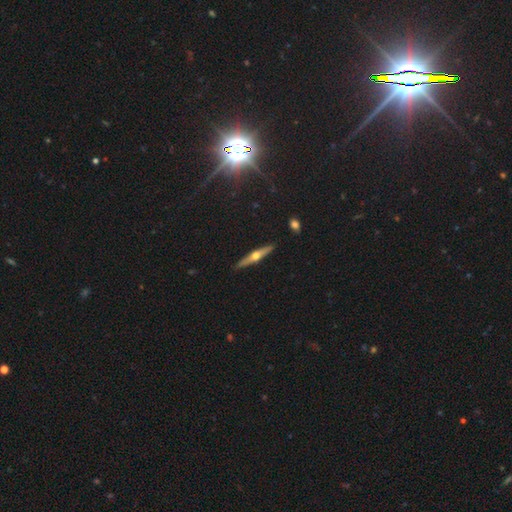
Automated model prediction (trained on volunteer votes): A featured or disk galaxy (65%) viewed edge-on (97%) with a rounded central bulge (94%).

Vote fractions:
- Smooth or featured? featured or disk: 65% / smooth: 30% / star or artifact: 6%
- Edge-on disk? yes: 97% / no: 3%
- Edge-on bulge? rounded: 94% / none: 4% / boxy: 2%
- Merging? none: 90% / minor disturbance: 7% / major disturbance: 1% / merger: 1%